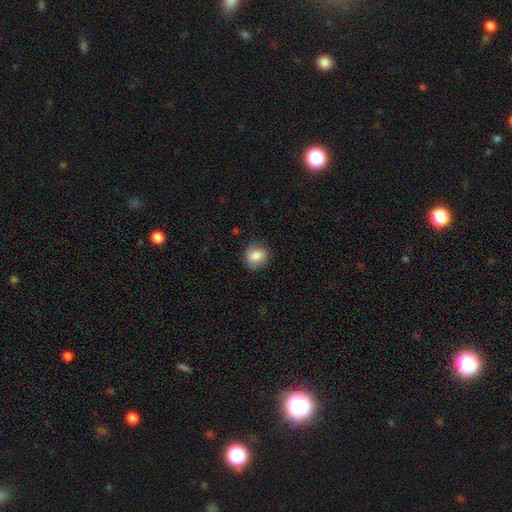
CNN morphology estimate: This appears to be a smooth galaxy with no disk features (80%) that is round (72%). Merging: none (80%).